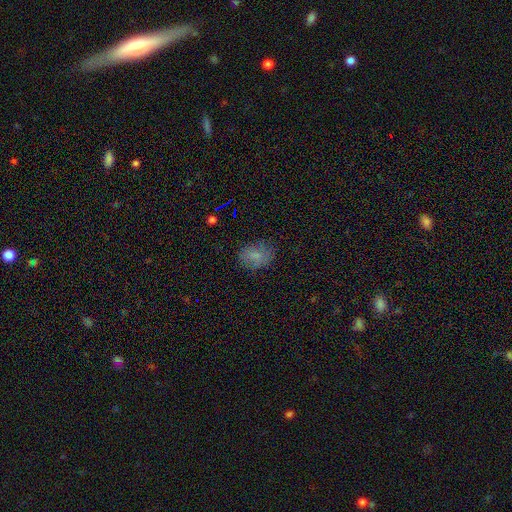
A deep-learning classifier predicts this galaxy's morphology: Smooth or featured? smooth (76%)
How rounded? in between (66%)
Merging? none (75%)